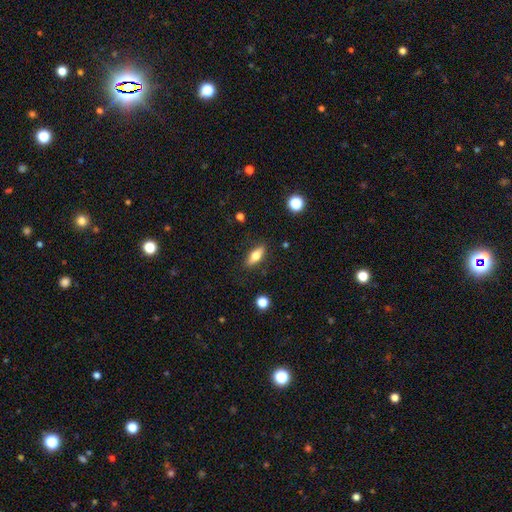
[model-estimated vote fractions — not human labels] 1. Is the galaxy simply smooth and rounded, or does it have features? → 61% smooth, 32% featured or disk, 7% star or artifact.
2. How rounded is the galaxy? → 64% in between, 32% cigar-shaped, 4% round.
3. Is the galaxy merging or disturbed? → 87% none, 9% minor disturbance, 2% major disturbance, 1% merger.